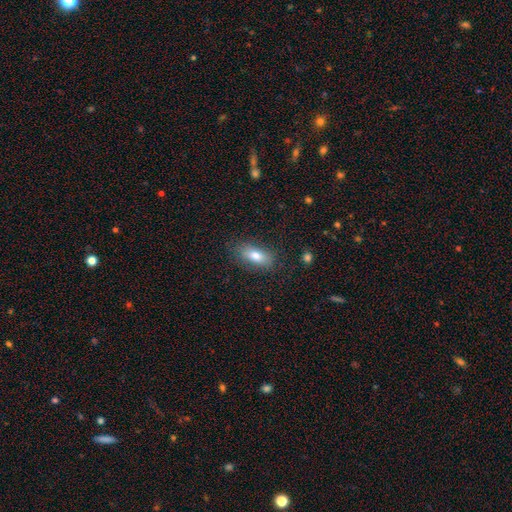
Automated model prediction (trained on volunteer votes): Smooth or featured?
  - smooth: 78% *
  - featured or disk: 14%
  - star or artifact: 8%
How rounded?
  - in between: 83% *
  - cigar-shaped: 12%
  - round: 5%
Merging?
  - none: 80% *
  - minor disturbance: 14%
  - major disturbance: 4%
  - merger: 1%